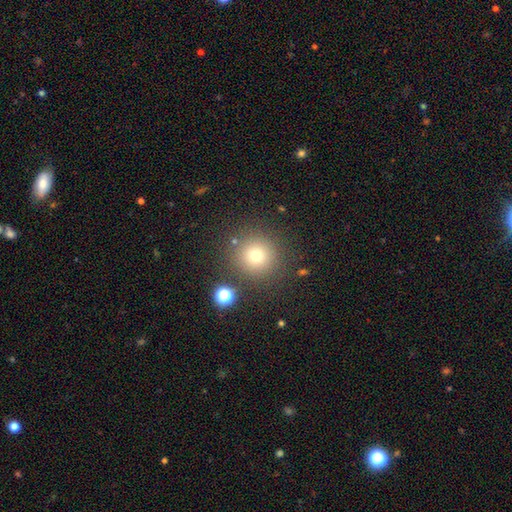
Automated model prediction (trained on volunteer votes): Smooth or featured? smooth (73%)
How rounded? round (95%)
Merging? none (86%)